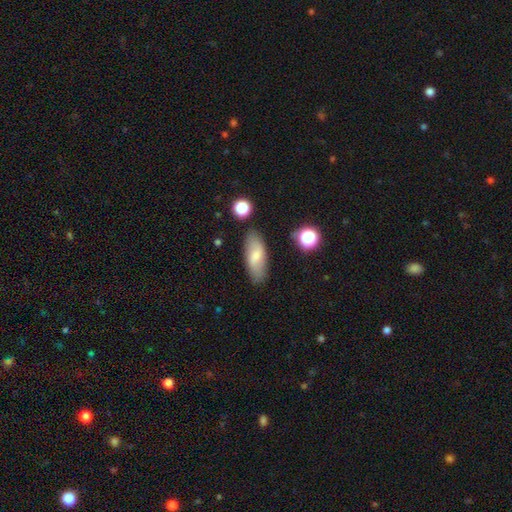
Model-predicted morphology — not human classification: Smooth or featured? smooth (68%)
How rounded? in between (78%)
Merging? none (83%)